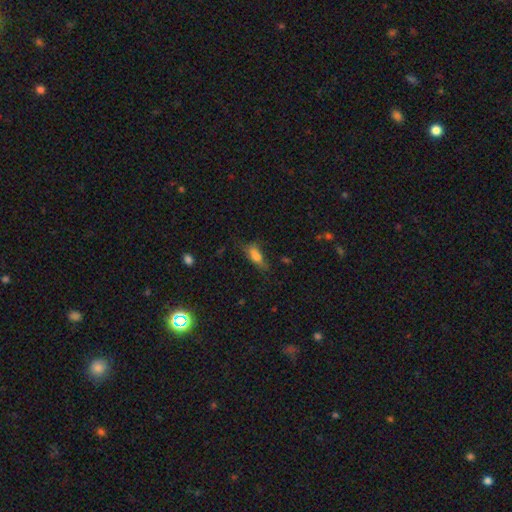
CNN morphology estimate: Smooth or featured? smooth (73%)
How rounded? in between (69%)
Merging? none (52%)